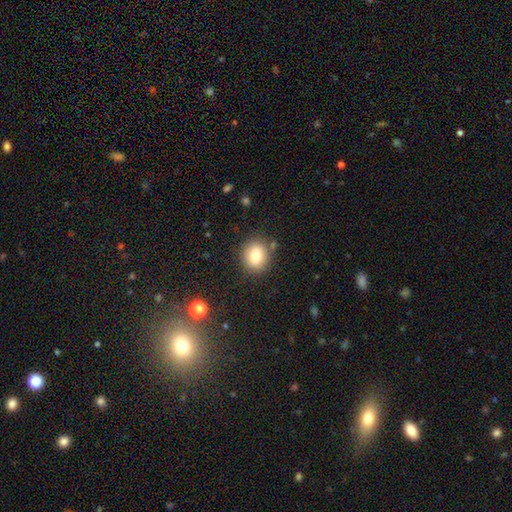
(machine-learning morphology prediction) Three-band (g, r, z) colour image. It shows a smooth galaxy with no disk features (81%) that is round (74%). Merging: none (84%).